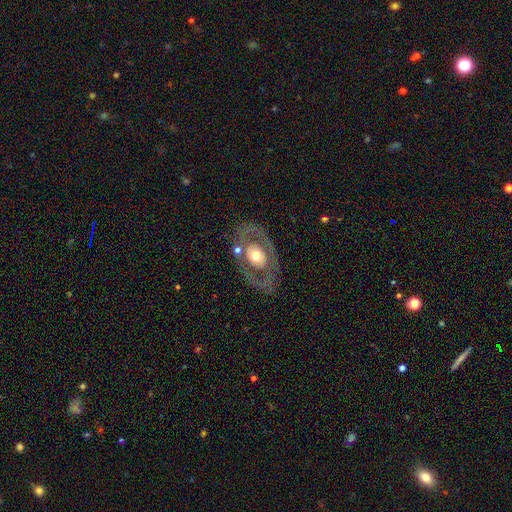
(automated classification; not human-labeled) This is likely a featured or disk galaxy (66%). It is clearly not viewed edge-on (92%). Bar: clearly no (84%). Spiral arm pattern: likely no (76%). Central bulge: likely moderate (66%). Merging: likely none (76%).